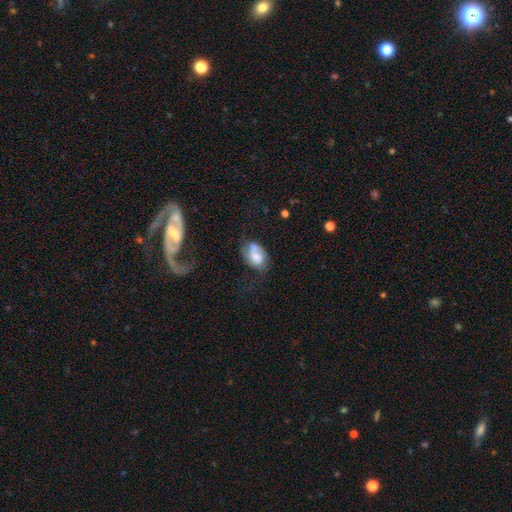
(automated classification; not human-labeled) Smooth or featured: smooth — 51% (featured or disk — 40%)
How rounded: in between — 79% (round — 19%)
Merging: none — 36% (minor disturbance — 28%)